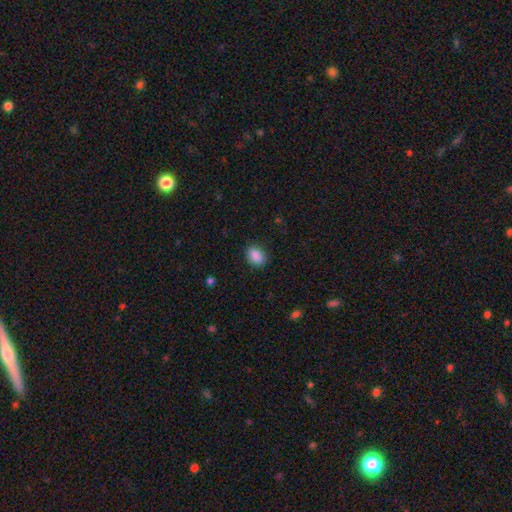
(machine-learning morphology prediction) The model was most divided on "how rounded": in between: 78%, round: 21%, cigar-shaped: 1%. More confident: smooth or featured — smooth (89%); merging — none (87%).